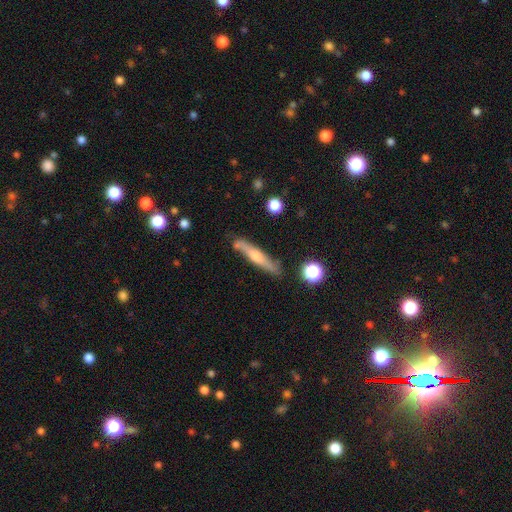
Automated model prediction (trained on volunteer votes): smooth_or_featured: featured or disk (p=0.57) [alt: smooth p=0.36]
disk_edge_on: yes (p=0.91) [alt: no p=0.09]
edge_on_bulge: rounded (p=0.83) [alt: none p=0.11]
merging: none (p=0.83) [alt: minor disturbance p=0.12]